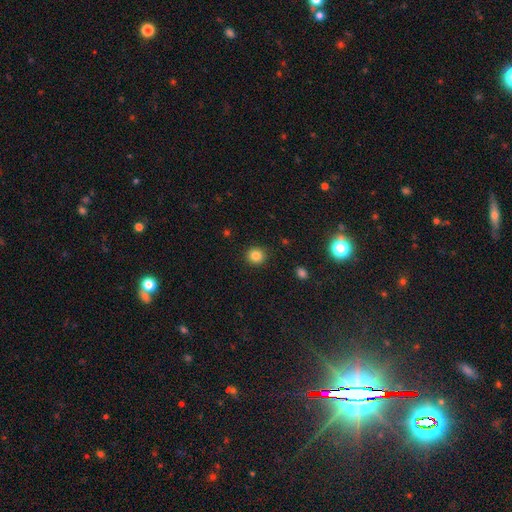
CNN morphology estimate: Smooth or featured? Predicted: smooth (p=0.83). How rounded? Predicted: round (p=0.91). Merging? Predicted: none (p=0.92).